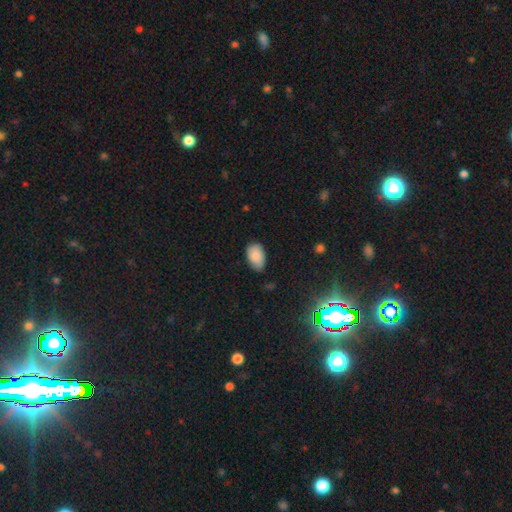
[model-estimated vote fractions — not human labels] smooth-or-featured: smooth: 86% | star or artifact: 7% | featured or disk: 6%
  how-rounded: in between: 93% | round: 6% | cigar-shaped: 1%
  merging: none: 72% | minor disturbance: 23% | major disturbance: 3% | merger: 1%